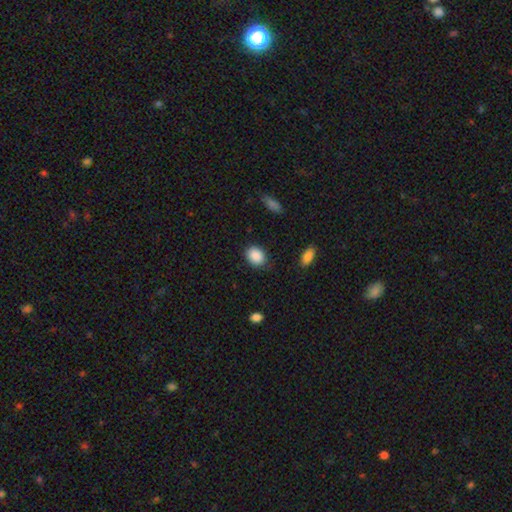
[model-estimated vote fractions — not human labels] Smooth or featured? smooth (89%)
How rounded? in between (61%)
Merging? none (83%)